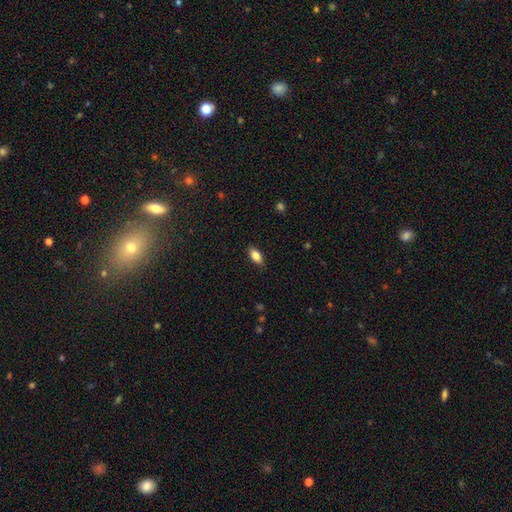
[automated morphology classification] smooth_or_featured: smooth (p=0.81) [alt: featured or disk p=0.12]
how_rounded: in between (p=0.85) [alt: cigar-shaped p=0.11]
merging: none (p=0.86) [alt: minor disturbance p=0.11]